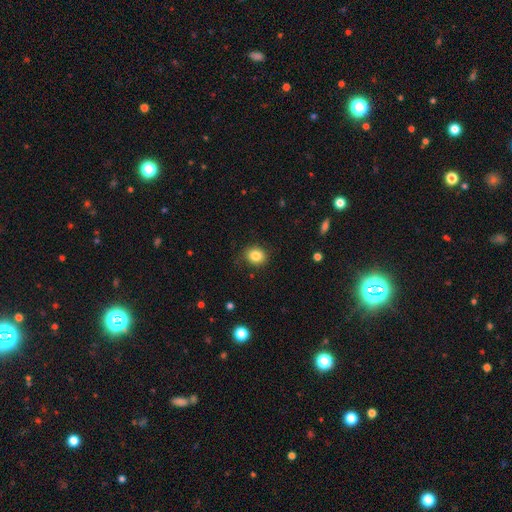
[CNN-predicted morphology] Smooth or featured: smooth — 84% (star or artifact — 10%)
How rounded: round — 71% (in between — 28%)
Merging: none — 86% (minor disturbance — 10%)